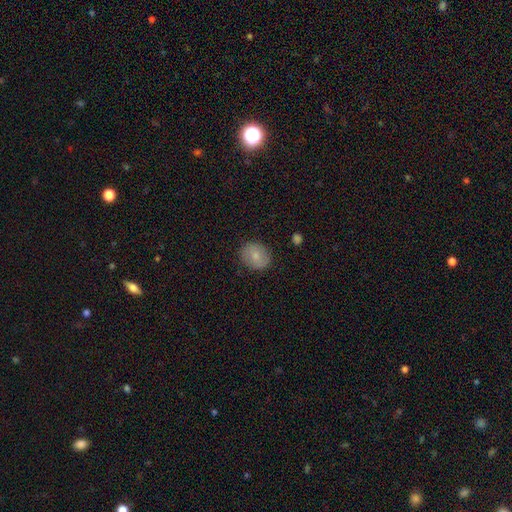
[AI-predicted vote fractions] Morphology: type=smooth (76%); roundness=round (62%); merging=none (85%).